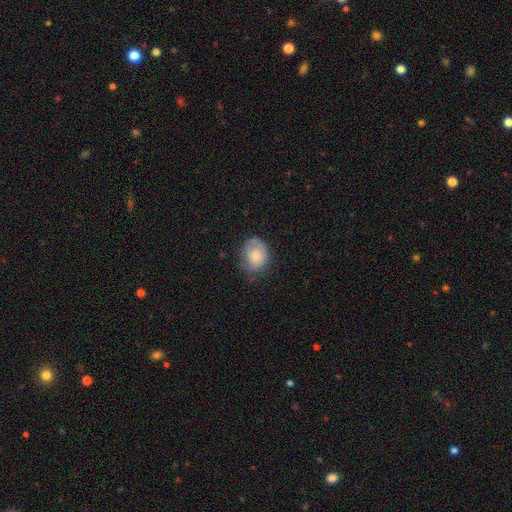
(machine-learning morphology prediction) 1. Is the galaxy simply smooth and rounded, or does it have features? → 72% smooth, 20% featured or disk, 7% star or artifact.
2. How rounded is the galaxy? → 53% round, 46% in between, 1% cigar-shaped.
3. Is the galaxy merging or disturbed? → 59% none, 28% minor disturbance, 11% major disturbance, 2% merger.